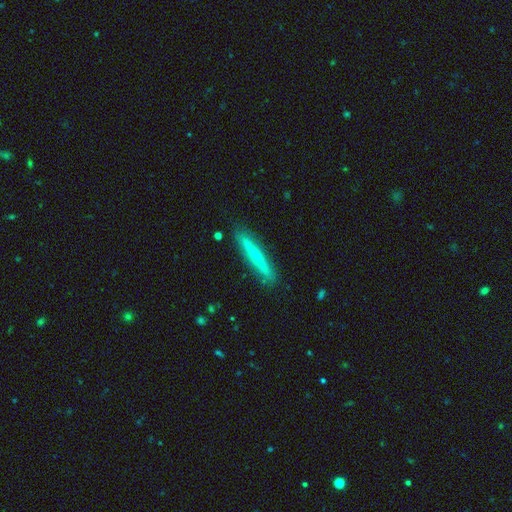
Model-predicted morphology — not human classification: Smooth or featured? Predicted: featured or disk (p=0.64). Edge-on disk? Predicted: yes (p=0.92). Edge-on bulge? Predicted: rounded (p=0.82). Merging? Predicted: none (p=0.87).